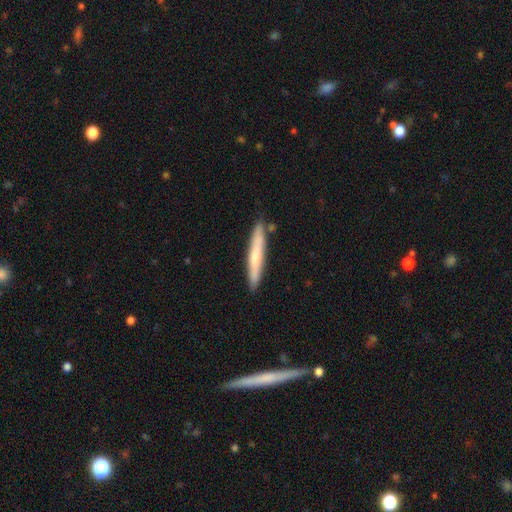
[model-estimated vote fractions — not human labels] Smooth or featured? smooth (59%)
How rounded? cigar-shaped (94%)
Merging? none (84%)